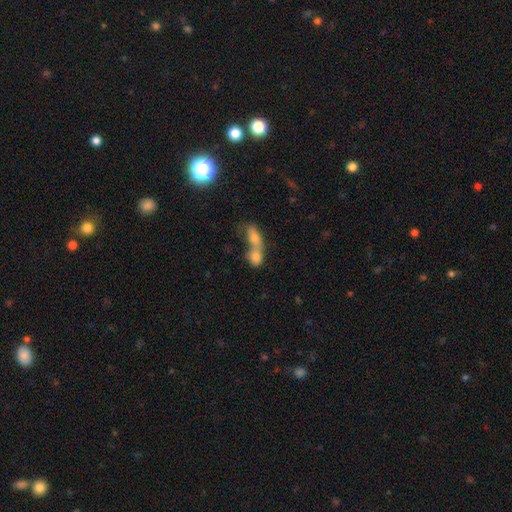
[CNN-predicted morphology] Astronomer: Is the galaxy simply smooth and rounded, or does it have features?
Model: smooth — 66%.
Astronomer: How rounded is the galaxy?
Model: in between — 58%.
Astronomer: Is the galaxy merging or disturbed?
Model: merger — 76%.